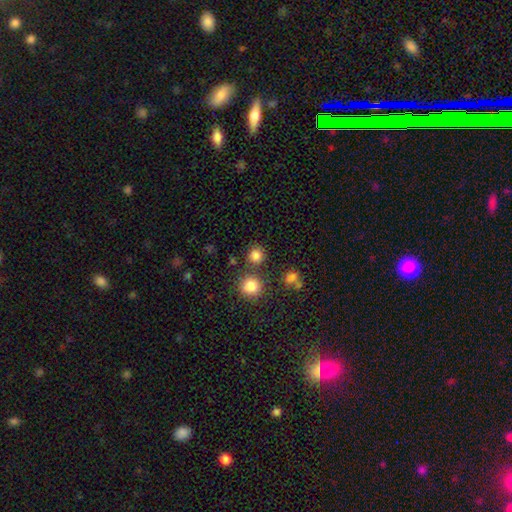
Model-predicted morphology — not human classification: Smooth or featured? Predicted: smooth (p=0.82). How rounded? Predicted: round (p=0.90). Merging? Predicted: none (p=0.77).